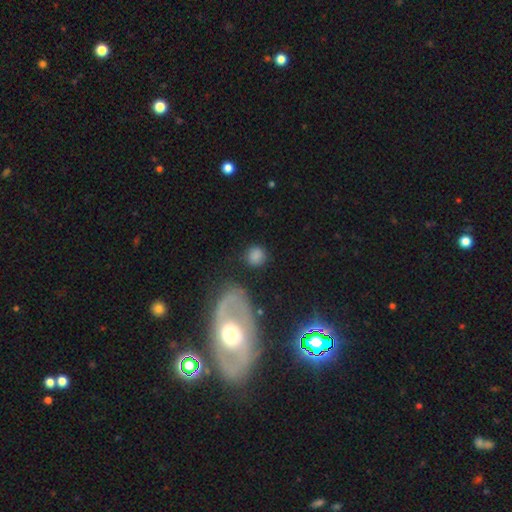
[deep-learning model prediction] Smooth or featured?
  - smooth: 78% *
  - star or artifact: 12%
  - featured or disk: 11%
How rounded?
  - round: 88% *
  - in between: 10%
  - cigar-shaped: 1%
Merging?
  - none: 77% *
  - minor disturbance: 11%
  - major disturbance: 7%
  - merger: 5%